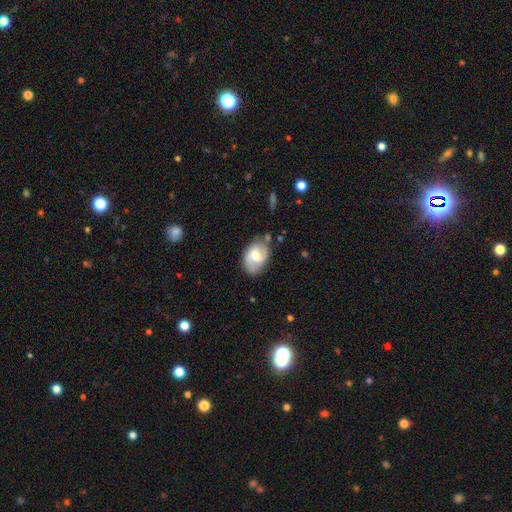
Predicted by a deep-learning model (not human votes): A featured or disk galaxy (58%) with a weak bar (52%), spiral arms (83%) and a moderate central bulge (64%). Merging: none (70%).